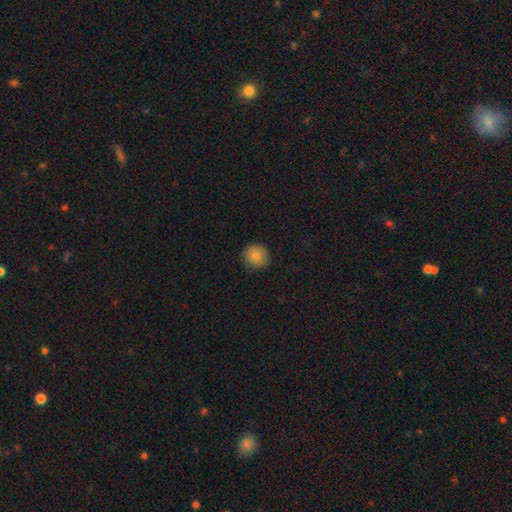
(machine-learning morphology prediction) Smooth or featured?
  - smooth: 86% *
  - star or artifact: 9%
  - featured or disk: 5%
How rounded?
  - round: 92% *
  - in between: 7%
  - cigar-shaped: 1%
Merging?
  - none: 89% *
  - minor disturbance: 8%
  - major disturbance: 2%
  - merger: 1%